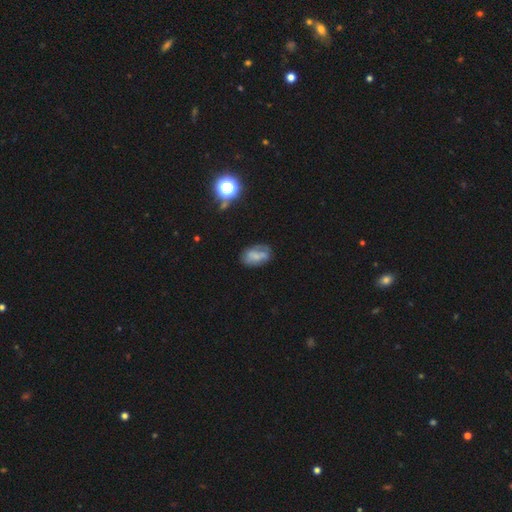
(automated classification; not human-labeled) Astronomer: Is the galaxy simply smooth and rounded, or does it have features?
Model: smooth — 59%.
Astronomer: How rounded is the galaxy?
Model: in between — 87%.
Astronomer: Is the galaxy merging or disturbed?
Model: none — 56%.